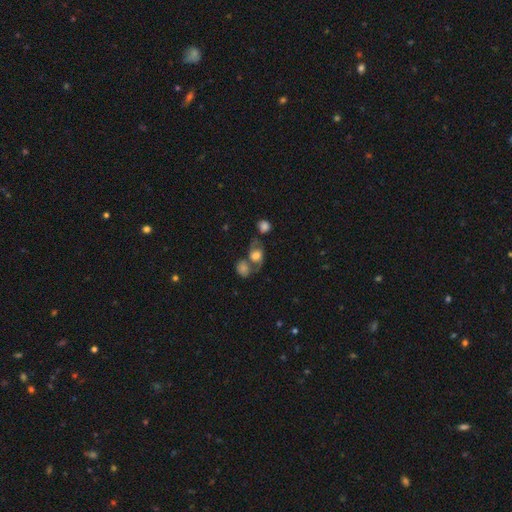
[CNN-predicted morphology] Q: Smooth or featured?
A: smooth (49%); runner-up: featured or disk (40%)
Q: Merging?
A: none (38%); runner-up: merger (36%)